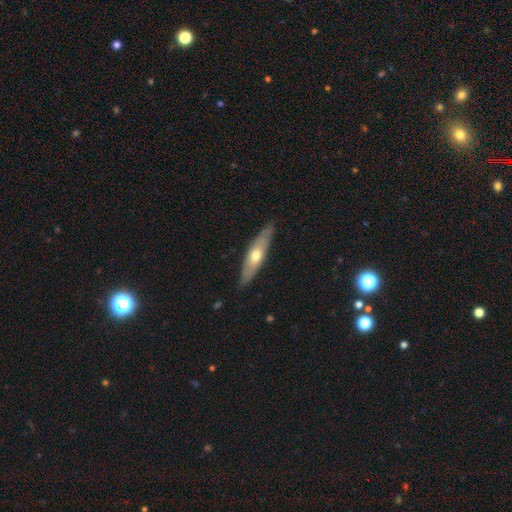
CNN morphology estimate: Smooth or featured? featured or disk (48%)
Merging? none (84%)